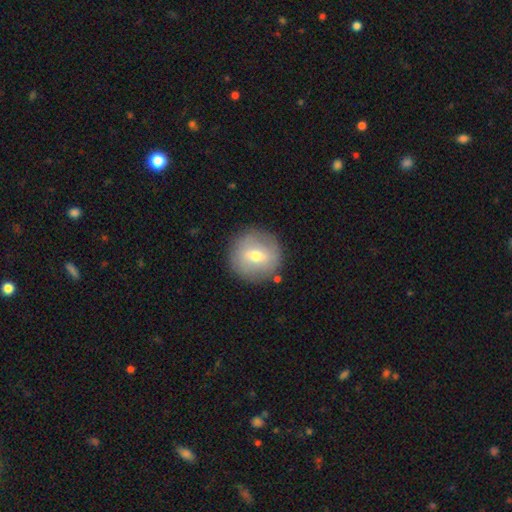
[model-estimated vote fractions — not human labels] A smooth galaxy with no disk features (59%) that is round (95%). Merging: none (87%).